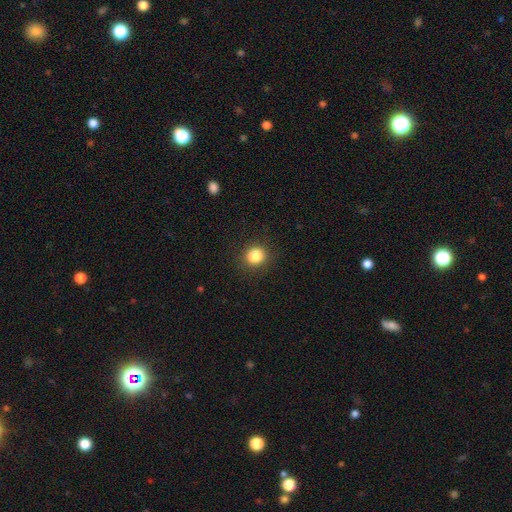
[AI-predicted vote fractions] Smooth or featured?
  - smooth: 84% *
  - star or artifact: 11%
  - featured or disk: 5%
How rounded?
  - round: 70% *
  - in between: 29%
  - cigar-shaped: 1%
Merging?
  - none: 85% *
  - minor disturbance: 9%
  - major disturbance: 3%
  - merger: 2%